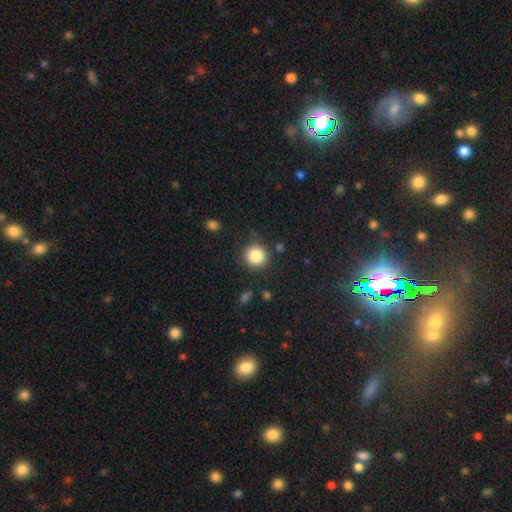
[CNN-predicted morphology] Q: Smooth or featured?
A: smooth (85%); runner-up: star or artifact (10%)
Q: How rounded?
A: round (92%); runner-up: in between (7%)
Q: Merging?
A: none (85%); runner-up: minor disturbance (9%)